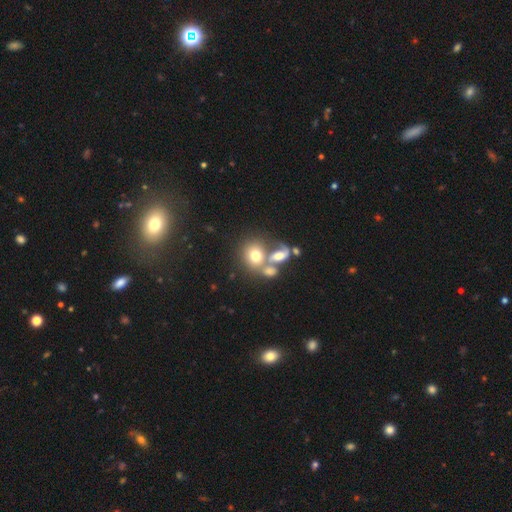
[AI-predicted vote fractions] The model was most divided on "merging": merger: 53%, none: 31%, minor disturbance: 9%, major disturbance: 8%. More confident: smooth or featured — smooth (65%); how rounded — round (63%).